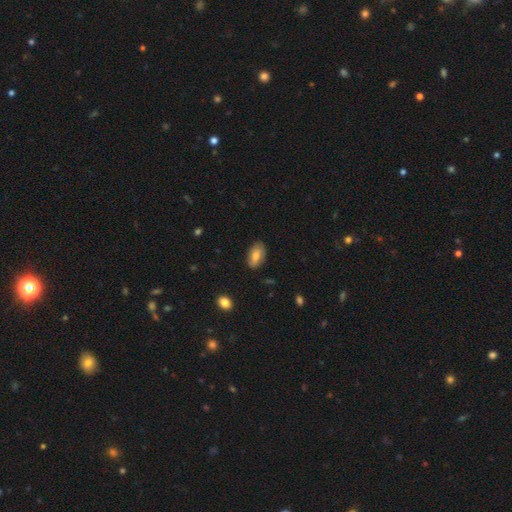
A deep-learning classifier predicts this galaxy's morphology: A smooth galaxy with no disk features (73%) that is in between round and cigar-shaped (92%). Merging: none (81%).